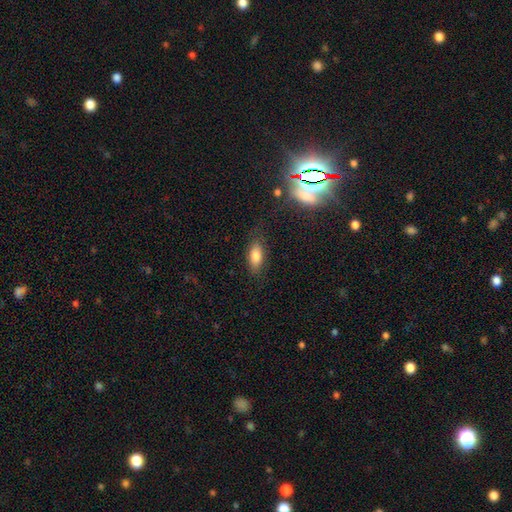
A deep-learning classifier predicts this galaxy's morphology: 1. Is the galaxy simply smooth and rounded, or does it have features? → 79% smooth, 12% featured or disk, 9% star or artifact.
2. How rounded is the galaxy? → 81% in between, 16% cigar-shaped, 4% round.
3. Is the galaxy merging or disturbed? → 79% none, 14% minor disturbance, 5% major disturbance, 2% merger.